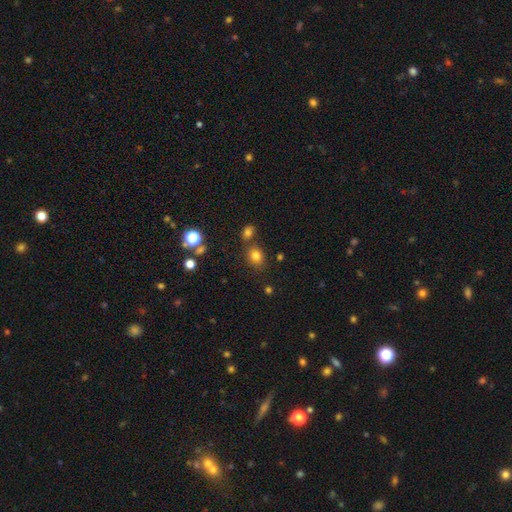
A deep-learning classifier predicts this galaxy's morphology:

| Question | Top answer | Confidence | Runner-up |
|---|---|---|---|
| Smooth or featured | smooth | 77% | star or artifact (16%) |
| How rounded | round | 63% | in between (36%) |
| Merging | none | 72% | merger (13%) |